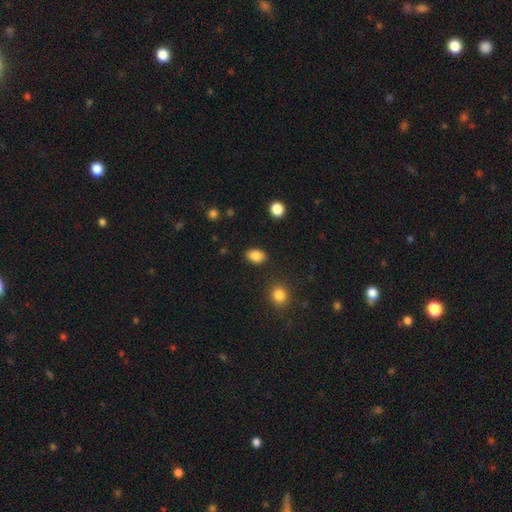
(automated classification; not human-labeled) A smooth galaxy with no disk features (85%) that is in between round and cigar-shaped (80%). Merging: none (86%).